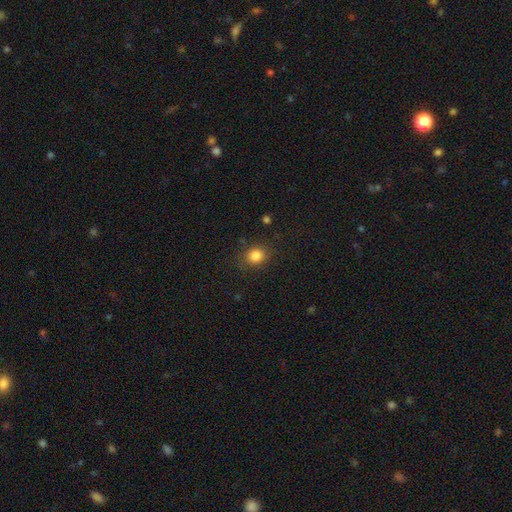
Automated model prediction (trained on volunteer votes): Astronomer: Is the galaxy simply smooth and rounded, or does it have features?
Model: smooth — 84%.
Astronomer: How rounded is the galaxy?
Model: round — 67%.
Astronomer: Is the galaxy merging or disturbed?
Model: none — 83%.